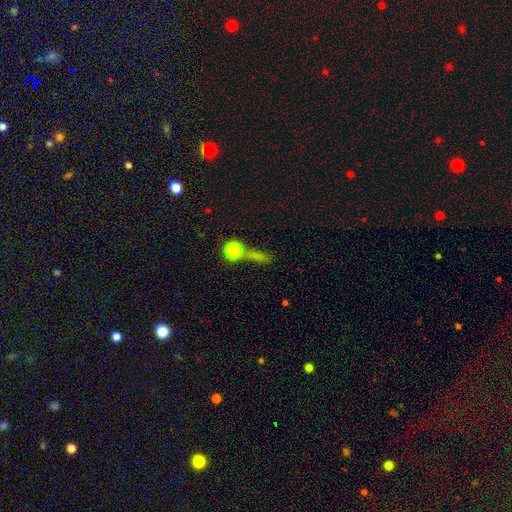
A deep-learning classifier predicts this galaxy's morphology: A smooth galaxy with no disk features (59%) that is round (39%). Merging: none (54%).